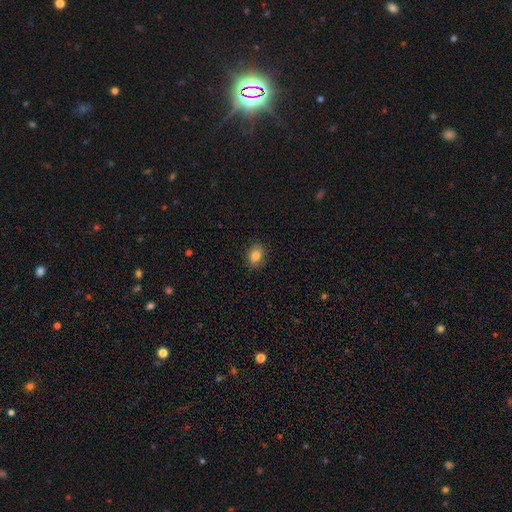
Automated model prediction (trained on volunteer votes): A smooth galaxy with no disk features (82%) that is in between round and cigar-shaped (67%). Merging: none (86%).